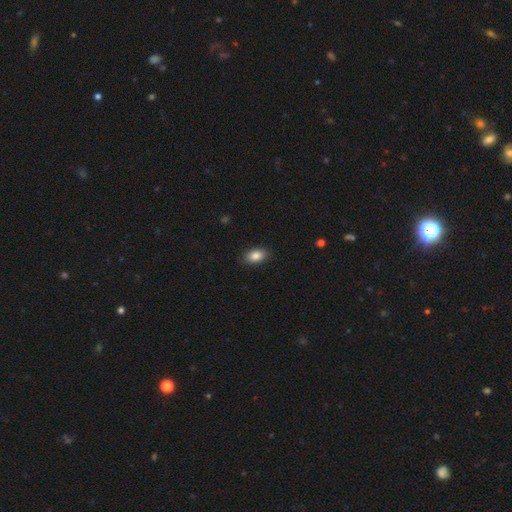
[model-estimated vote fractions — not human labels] smooth-or-featured: smooth: 86% | star or artifact: 8% | featured or disk: 6%
  how-rounded: in between: 90% | round: 8% | cigar-shaped: 2%
  merging: none: 88% | minor disturbance: 9% | major disturbance: 2% | merger: 1%